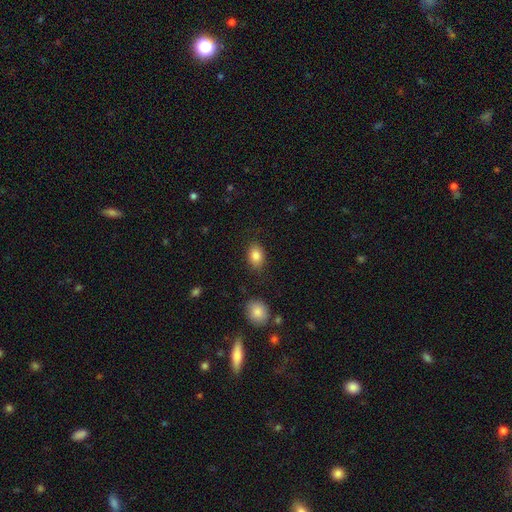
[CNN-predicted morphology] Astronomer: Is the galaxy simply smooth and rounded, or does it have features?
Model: smooth — 85%.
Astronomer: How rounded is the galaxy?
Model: in between — 78%.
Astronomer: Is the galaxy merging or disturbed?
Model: none — 83%.